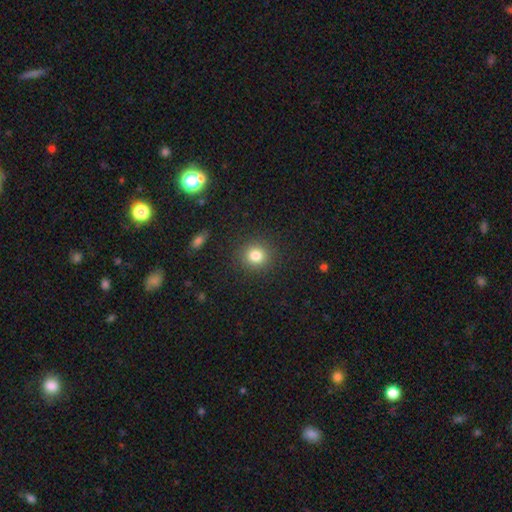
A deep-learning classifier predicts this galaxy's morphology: A smooth galaxy with no disk features (81%) that is round (87%). Merging: none (89%).